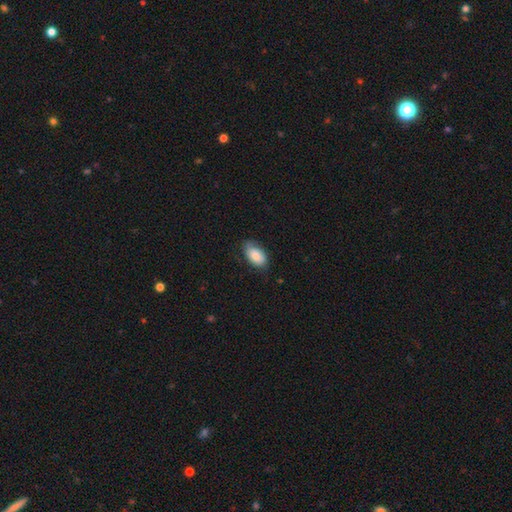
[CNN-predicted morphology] type=smooth (80%); roundness=in between (94%); merging=none (67%).